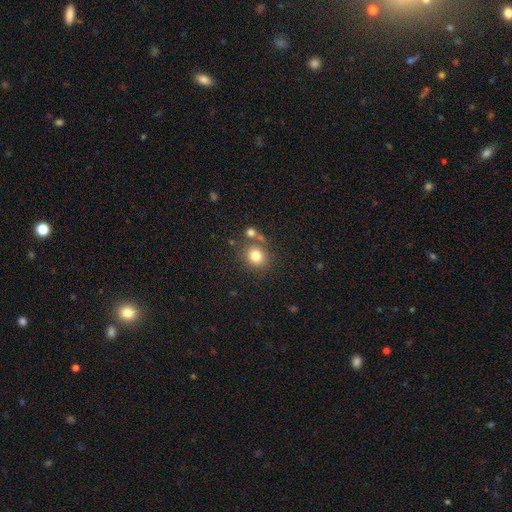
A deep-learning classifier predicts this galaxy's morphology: Smooth or featured? Predicted: smooth (p=0.80). How rounded? Predicted: round (p=0.79). Merging? Predicted: none (p=0.68).